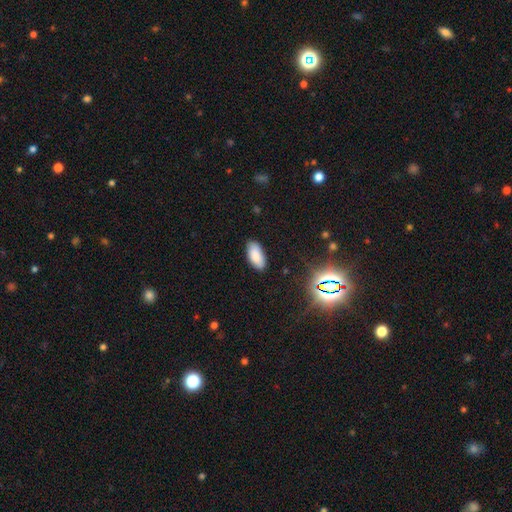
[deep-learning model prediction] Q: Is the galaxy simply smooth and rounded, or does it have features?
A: smooth — 84%.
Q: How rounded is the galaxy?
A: in between — 91%.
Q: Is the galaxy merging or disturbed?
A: none — 86%.